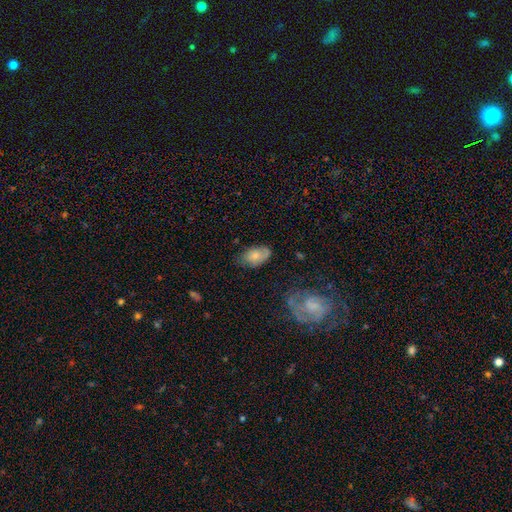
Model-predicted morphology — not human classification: The model was most divided on "merging": none: 58%, minor disturbance: 29%, major disturbance: 10%, merger: 2%. More confident: how rounded — in between (90%); smooth or featured — smooth (61%).